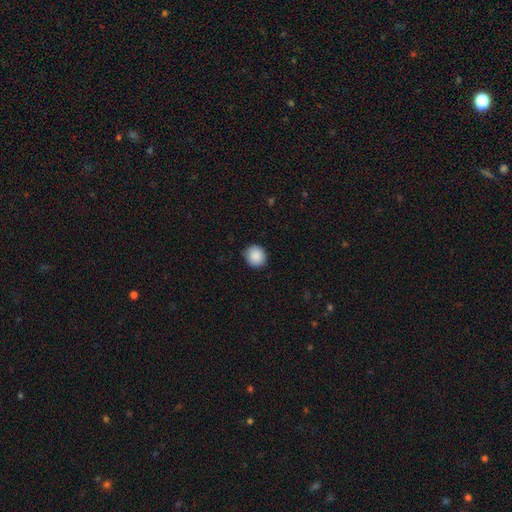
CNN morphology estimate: smooth_or_featured: smooth (p=0.89) [alt: star or artifact p=0.08]
how_rounded: round (p=0.88) [alt: in between p=0.11]
merging: none (p=0.88) [alt: minor disturbance p=0.09]